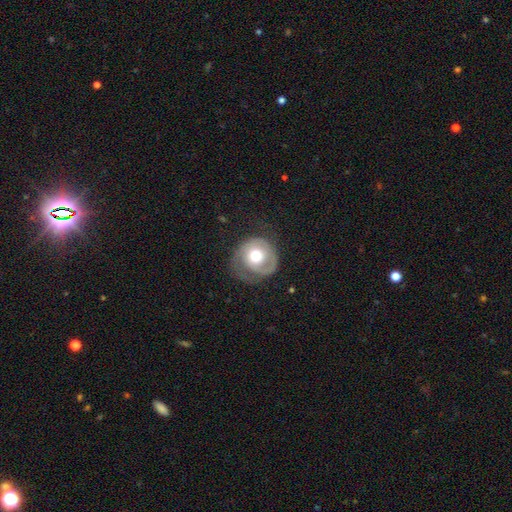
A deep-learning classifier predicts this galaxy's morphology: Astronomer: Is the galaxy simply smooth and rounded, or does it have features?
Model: featured or disk — 56% (runner-up: smooth, 38%).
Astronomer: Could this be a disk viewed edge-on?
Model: no — 97%.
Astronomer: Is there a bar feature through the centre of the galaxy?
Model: no — 81%.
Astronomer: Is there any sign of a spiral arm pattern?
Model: yes — 73%.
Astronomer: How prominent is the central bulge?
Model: moderate — 64%.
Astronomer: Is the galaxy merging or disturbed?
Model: none — 53%.